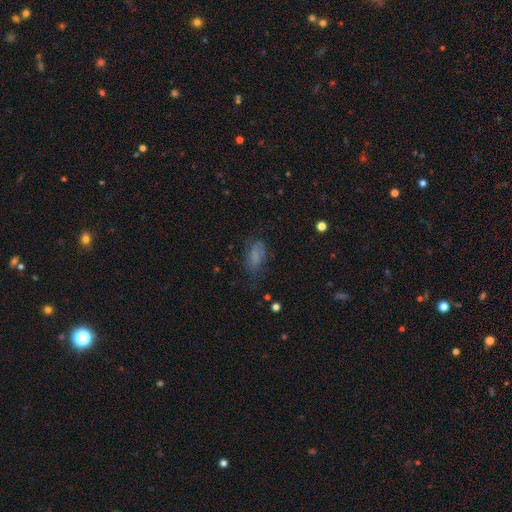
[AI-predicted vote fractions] smooth-or-featured: smooth: 69% | featured or disk: 18% | star or artifact: 14%
  how-rounded: in between: 84% | cigar-shaped: 11% | round: 5%
  merging: none: 55% | minor disturbance: 26% | major disturbance: 17% | merger: 2%